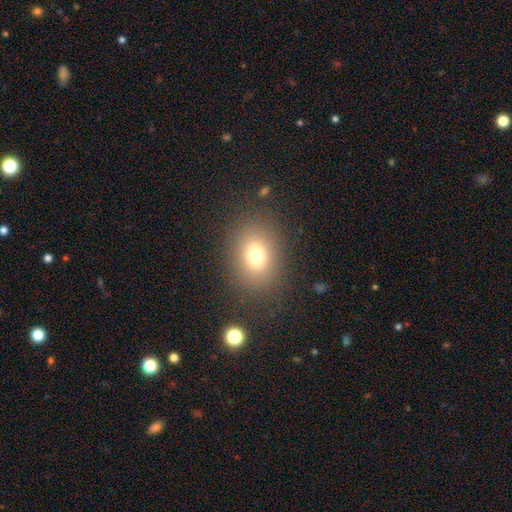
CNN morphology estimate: This is likely a smooth galaxy (73%). How rounded: possibly in between (54%). Merging: clearly none (84%).